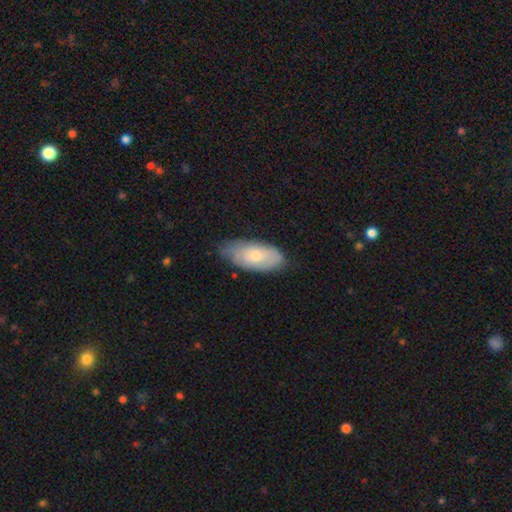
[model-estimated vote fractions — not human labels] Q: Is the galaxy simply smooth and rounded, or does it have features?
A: smooth — 62%.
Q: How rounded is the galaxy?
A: in between — 90%.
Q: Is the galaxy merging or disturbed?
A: none — 60%.